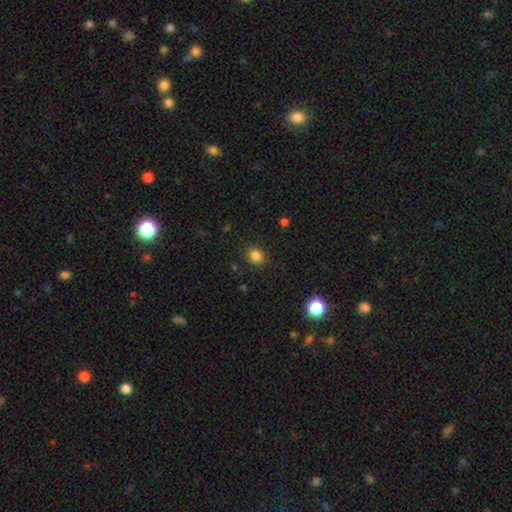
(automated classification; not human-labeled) smooth_or_featured: smooth (p=0.83) [alt: star or artifact p=0.12]
how_rounded: round (p=0.72) [alt: in between p=0.27]
merging: none (p=0.89) [alt: minor disturbance p=0.08]